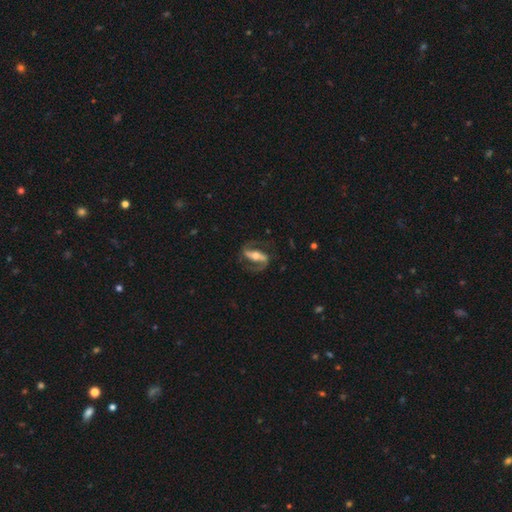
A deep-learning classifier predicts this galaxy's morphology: The model was most divided on "spiral winding": medium: 50%, loose: 32%, tight: 18%. More confident: spiral arms — yes (94%); edge-on disk — no (91%); spiral arm count — 2 (91%); smooth or featured — featured or disk (84%); merging — none (74%); bar — strong (65%); bulge size — moderate (59%).